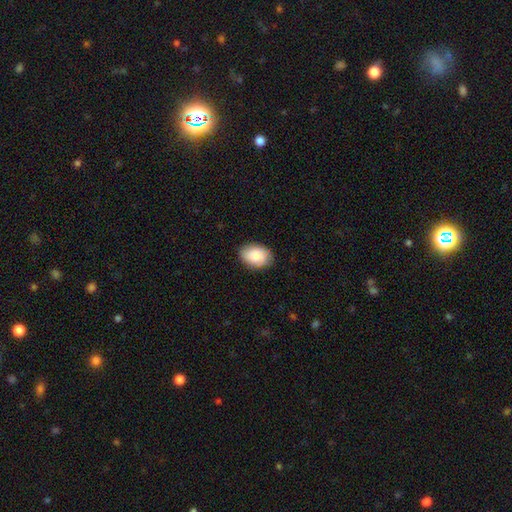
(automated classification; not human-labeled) Smooth or featured: smooth — 87% (featured or disk — 7%)
How rounded: in between — 82% (round — 17%)
Merging: none — 85% (minor disturbance — 12%)